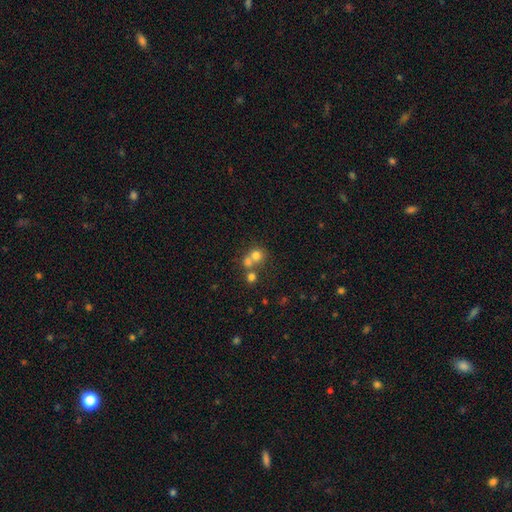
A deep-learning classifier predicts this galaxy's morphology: Smooth or featured? smooth (71%)
How rounded? round (85%)
Merging? merger (50%)